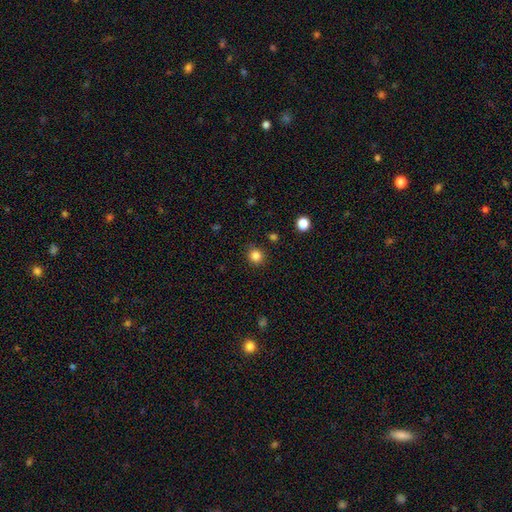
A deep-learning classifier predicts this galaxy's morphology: Smooth or featured? smooth (84%)
How rounded? round (88%)
Merging? none (89%)